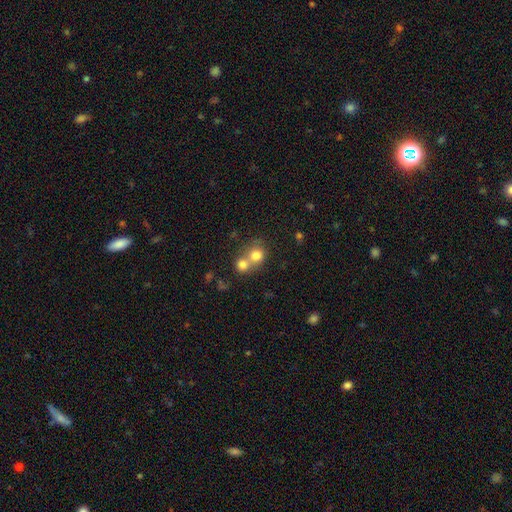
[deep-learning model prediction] smooth 77%, featured or disk 12%, star or artifact 11%. Down the decision tree: how rounded — round (84%); merging — merger (57%).